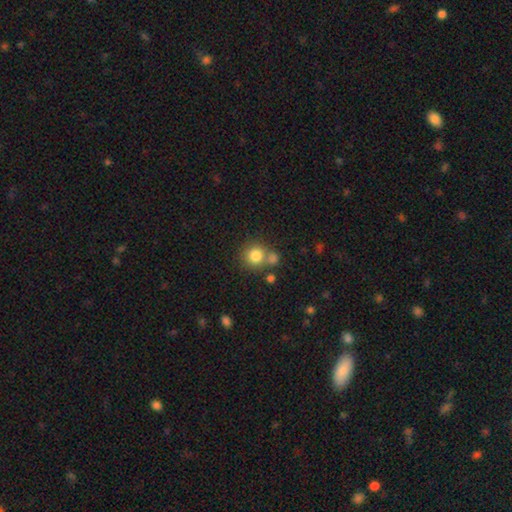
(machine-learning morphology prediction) Q: Smooth or featured?
A: smooth (80%); runner-up: star or artifact (11%)
Q: How rounded?
A: round (90%); runner-up: in between (9%)
Q: Merging?
A: none (61%); runner-up: merger (26%)